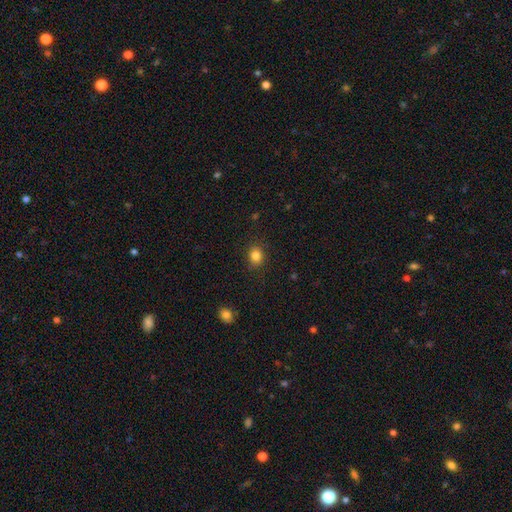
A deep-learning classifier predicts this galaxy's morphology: type=smooth (84%); roundness=round (64%); merging=none (85%).